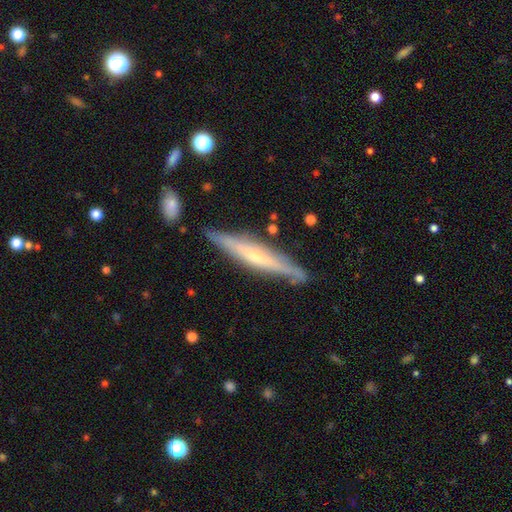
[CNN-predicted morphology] Smooth or featured?
  - featured or disk: 65% *
  - smooth: 30%
  - star or artifact: 6%
Edge-on disk?
  - yes: 91% *
  - no: 9%
Edge-on bulge?
  - rounded: 54% *
  - none: 35%
  - boxy: 11%
Merging?
  - none: 81% *
  - minor disturbance: 14%
  - merger: 3%
  - major disturbance: 3%